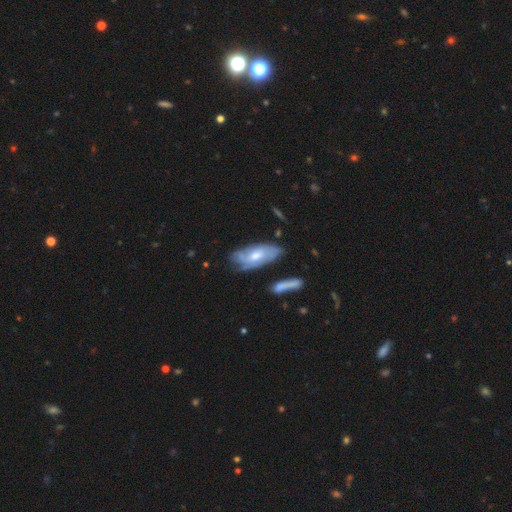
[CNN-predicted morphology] This is likely a featured or disk galaxy (61%). It is clearly not viewed edge-on (87%). Bar: likely no (64%). Spiral arm pattern: likely yes (75%). Central bulge: likely moderate (63%). Merging: likely none (61%).